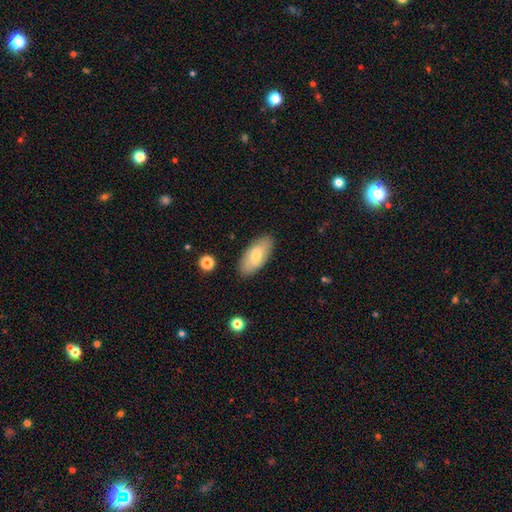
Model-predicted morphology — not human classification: This appears to be a smooth galaxy with no disk features (66%) that is in between round and cigar-shaped (89%). Merging: none (86%).